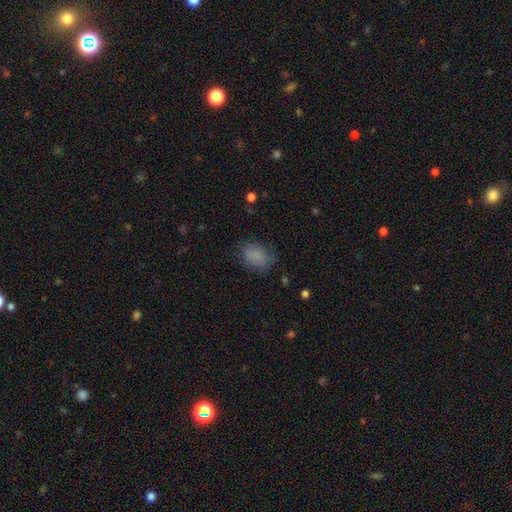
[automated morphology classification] smooth 82%, star or artifact 10%, featured or disk 9%. Down the decision tree: how rounded — in between (70%); merging — none (70%).